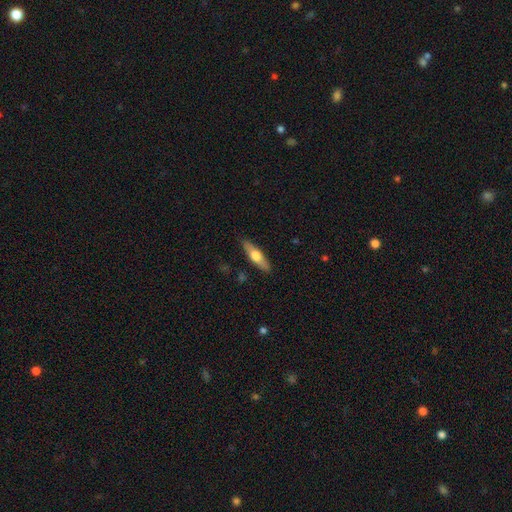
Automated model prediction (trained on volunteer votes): A smooth galaxy with no disk features (50%) that is cigar-shaped (65%).

Vote fractions:
- Smooth or featured? smooth: 50% / featured or disk: 45% / star or artifact: 5%
- How rounded? cigar-shaped: 65% / in between: 33% / round: 2%
- Merging? none: 88% / minor disturbance: 9% / major disturbance: 2% / merger: 1%